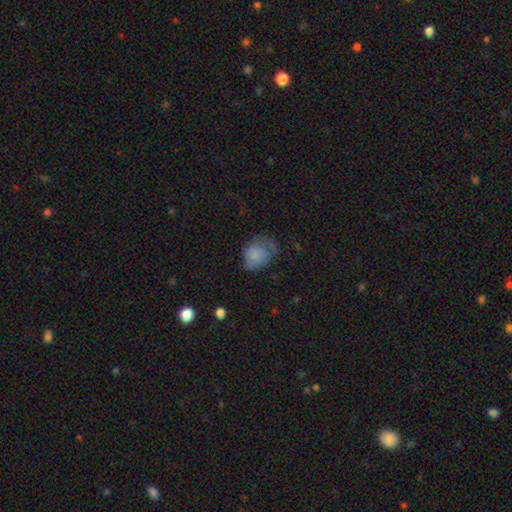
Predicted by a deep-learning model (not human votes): This appears to be a smooth galaxy with no disk features (73%) that is in between round and cigar-shaped (55%). Merging: none (42%).